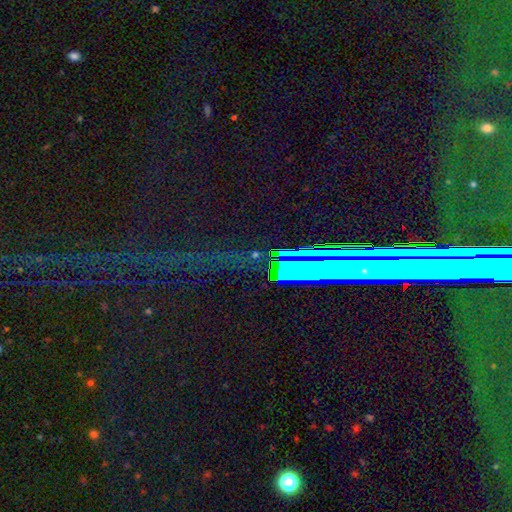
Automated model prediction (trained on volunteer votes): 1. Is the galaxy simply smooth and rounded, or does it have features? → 69% star or artifact, 16% featured or disk, 15% smooth.